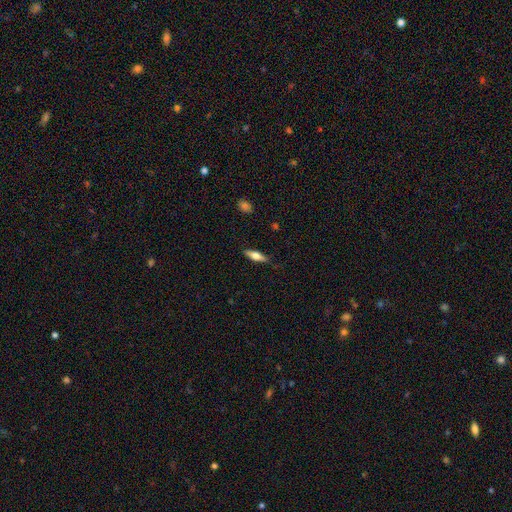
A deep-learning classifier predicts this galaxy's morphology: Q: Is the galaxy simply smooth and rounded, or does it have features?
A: smooth — 47%.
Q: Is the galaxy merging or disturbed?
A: none — 85%.